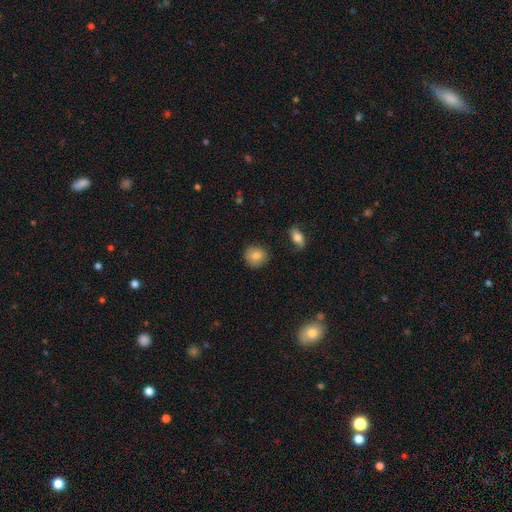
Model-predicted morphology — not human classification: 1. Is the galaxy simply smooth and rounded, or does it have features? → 82% smooth, 10% featured or disk, 8% star or artifact.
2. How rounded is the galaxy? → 81% round, 17% in between, 1% cigar-shaped.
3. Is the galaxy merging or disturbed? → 83% none, 12% minor disturbance, 3% major disturbance, 2% merger.